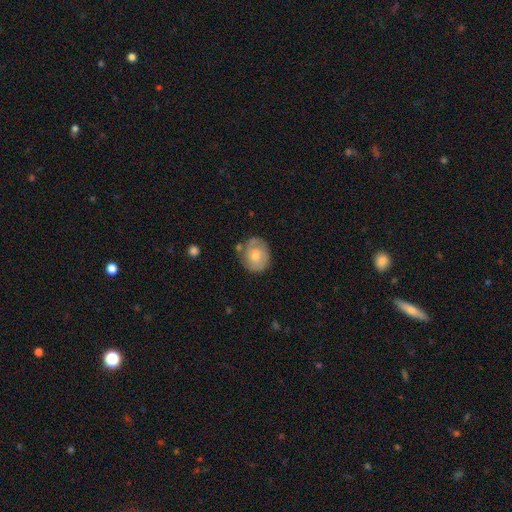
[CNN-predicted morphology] smooth 61%, featured or disk 33%, star or artifact 7%. Down the decision tree: how rounded — round (62%); merging — none (64%).